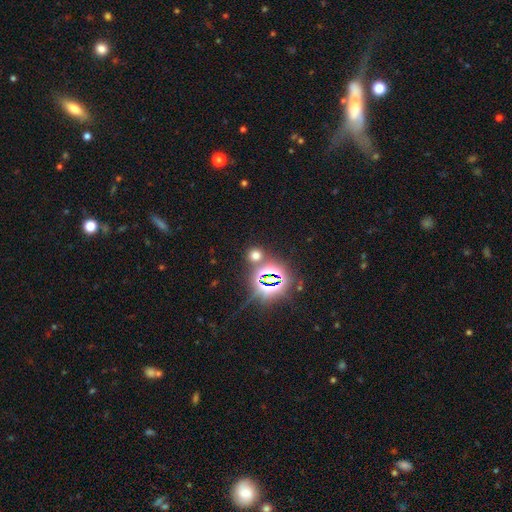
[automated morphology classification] smooth_or_featured: smooth (p=0.53) [alt: star or artifact p=0.41]
how_rounded: round (p=0.85) [alt: in between p=0.14]
merging: none (p=0.78) [alt: merger p=0.11]